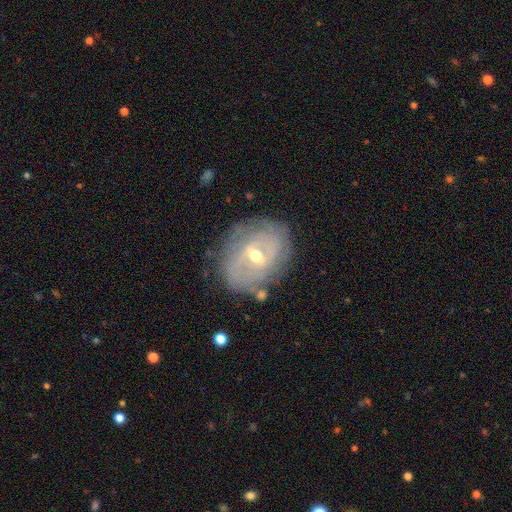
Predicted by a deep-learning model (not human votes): Smooth or featured? Predicted: featured or disk (p=0.81). Edge-on disk? Predicted: no (p=0.95). Bar? Predicted: weak (p=0.53). Spiral arms? Predicted: yes (p=0.76). Spiral winding? Predicted: tight (p=0.66). Spiral arm count? Predicted: can't tell (p=0.48). Bulge size? Predicted: moderate (p=0.61). Merging? Predicted: none (p=0.74).